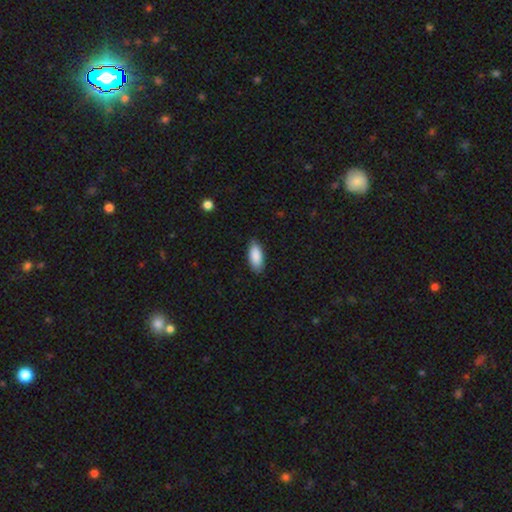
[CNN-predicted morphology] This appears to be a smooth galaxy with no disk features (89%) that is in between round and cigar-shaped (88%). Merging: none (85%).